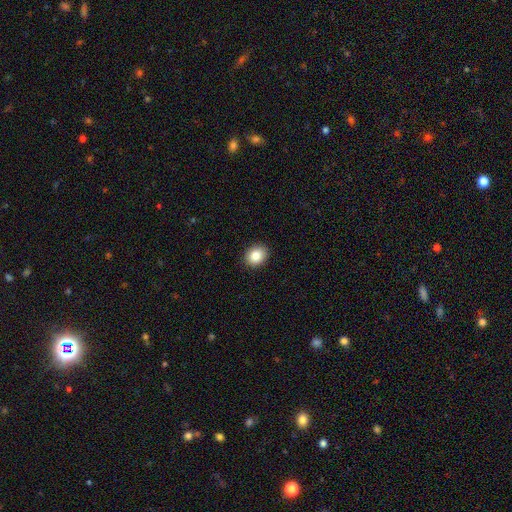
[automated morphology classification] Smooth or featured: smooth — 84% (star or artifact — 9%)
How rounded: round — 54% (in between — 45%)
Merging: none — 91% (minor disturbance — 7%)